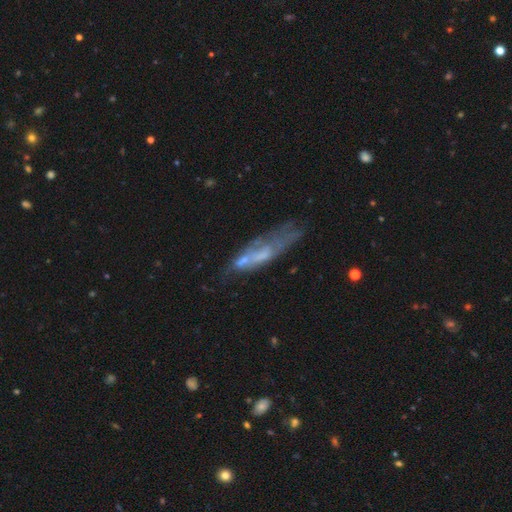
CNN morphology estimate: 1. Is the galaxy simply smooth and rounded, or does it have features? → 52% featured or disk, 35% smooth, 13% star or artifact.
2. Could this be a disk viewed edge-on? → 64% no, 36% yes.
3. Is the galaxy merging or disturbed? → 47% none, 23% minor disturbance, 19% major disturbance, 11% merger.